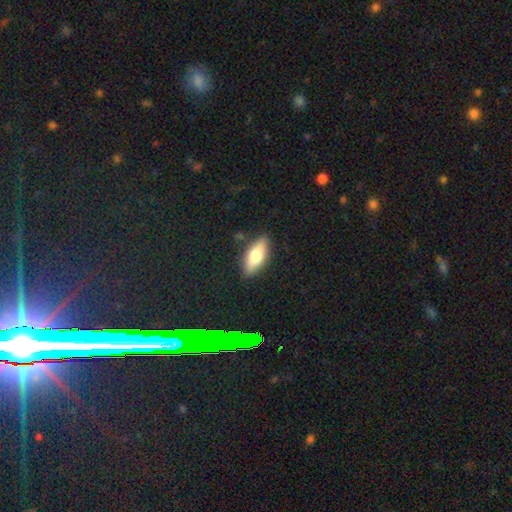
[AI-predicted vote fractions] Morphology: type=smooth (69%); roundness=in between (72%); merging=none (85%).